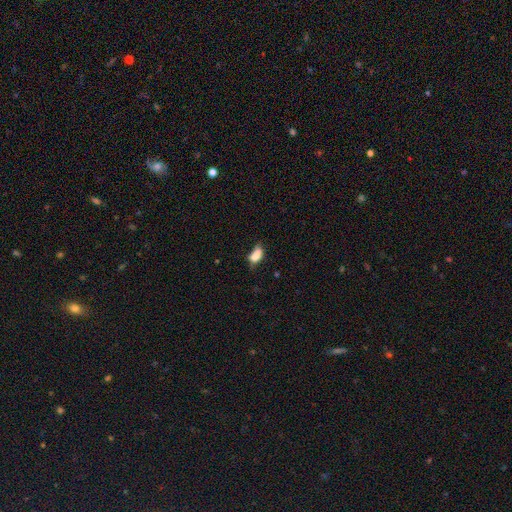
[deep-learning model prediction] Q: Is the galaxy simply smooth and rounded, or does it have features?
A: smooth — 80%.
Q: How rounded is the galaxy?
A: in between — 89%.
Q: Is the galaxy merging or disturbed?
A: minor disturbance — 37%.